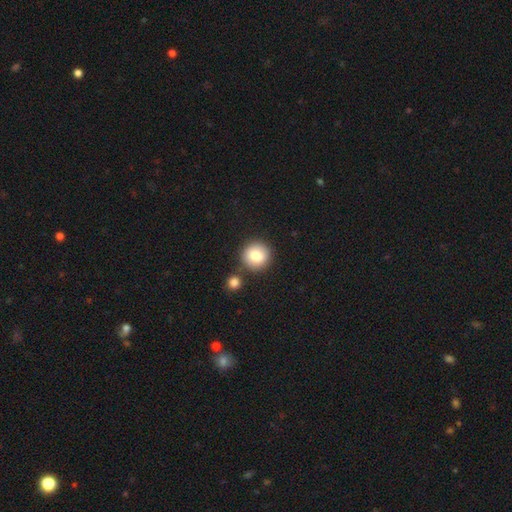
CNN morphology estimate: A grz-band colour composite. It shows a smooth galaxy with no disk features (83%) that is round (92%). Merging: none (76%).